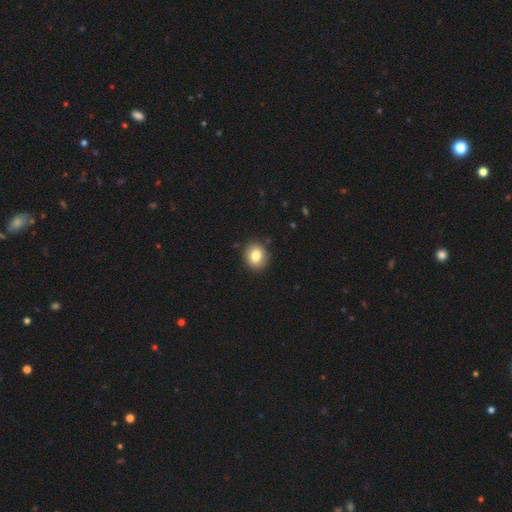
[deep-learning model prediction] Smooth or featured?
  - smooth: 83% *
  - star or artifact: 9%
  - featured or disk: 8%
How rounded?
  - round: 65% *
  - in between: 34%
  - cigar-shaped: 1%
Merging?
  - none: 89% *
  - minor disturbance: 8%
  - major disturbance: 2%
  - merger: 1%